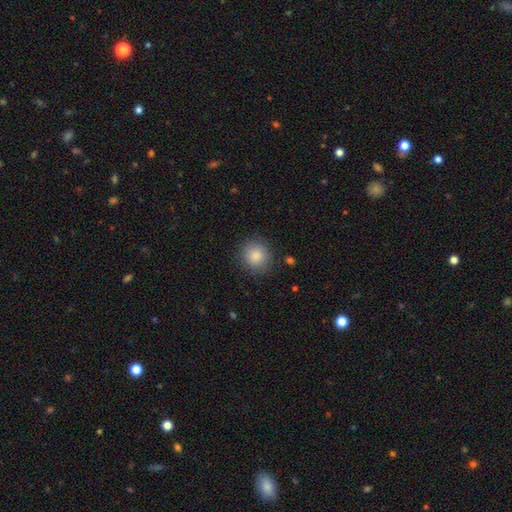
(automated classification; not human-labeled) Morphology: type=smooth (87%); roundness=round (88%); merging=none (87%).